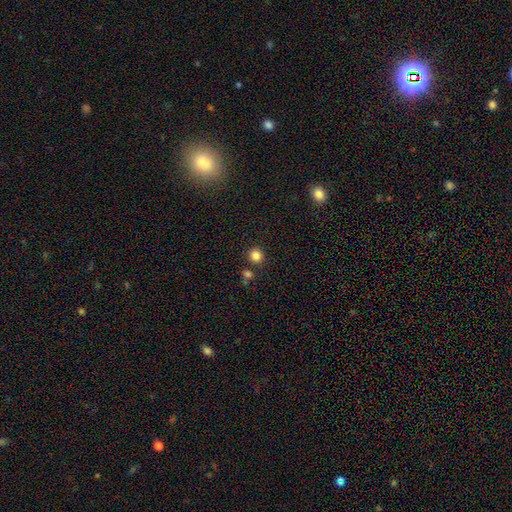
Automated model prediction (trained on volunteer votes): The model was most divided on "smooth or featured": smooth: 84%, star or artifact: 12%, featured or disk: 4%. More confident: how rounded — round (92%); merging — none (83%).